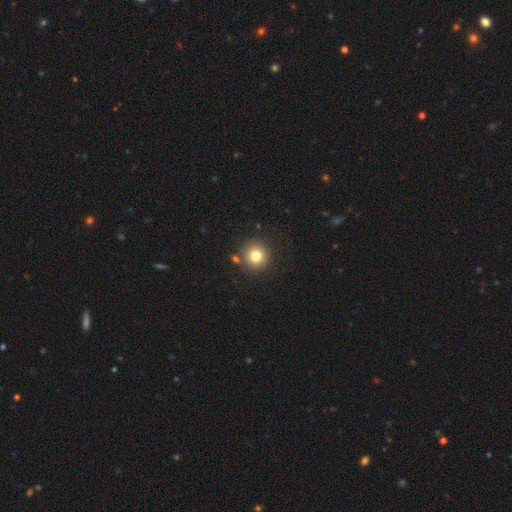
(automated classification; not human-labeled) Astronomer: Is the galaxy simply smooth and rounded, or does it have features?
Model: smooth — 80%.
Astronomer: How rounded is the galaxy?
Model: round — 93%.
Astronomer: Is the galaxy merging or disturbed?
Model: none — 82%.